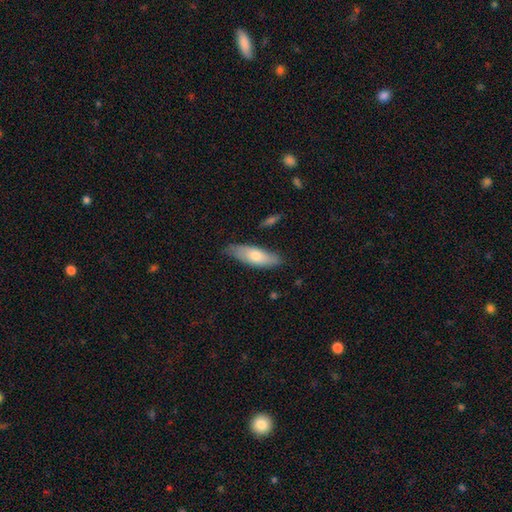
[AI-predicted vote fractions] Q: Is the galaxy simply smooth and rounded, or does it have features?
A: smooth — 68%.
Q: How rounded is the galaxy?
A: in between — 62%.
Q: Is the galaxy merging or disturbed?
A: none — 73%.